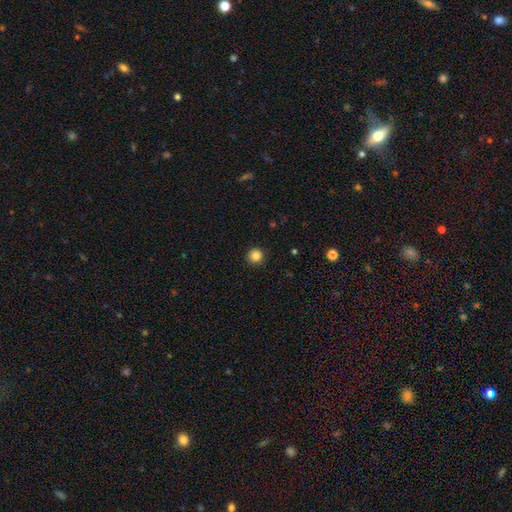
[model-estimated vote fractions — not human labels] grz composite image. It shows a smooth galaxy with no disk features (85%) that is round (95%). Merging: none (92%).